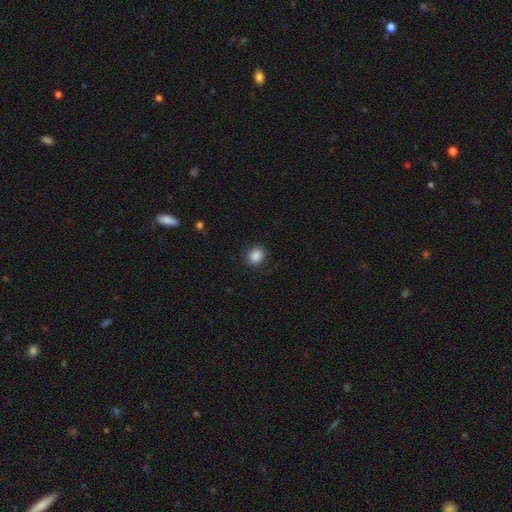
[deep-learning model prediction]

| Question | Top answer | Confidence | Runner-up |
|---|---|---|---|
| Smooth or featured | smooth | 88% | star or artifact (9%) |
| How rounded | in between | 58% | round (41%) |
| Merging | none | 85% | minor disturbance (11%) |